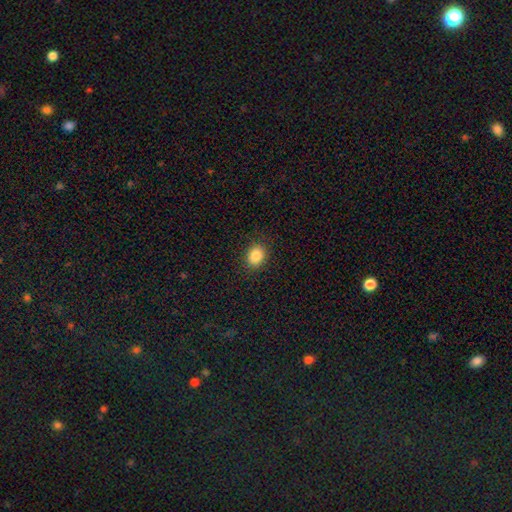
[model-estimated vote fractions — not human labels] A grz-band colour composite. It shows a smooth galaxy with no disk features (86%) that is in between round and cigar-shaped (53%). Merging: none (89%).